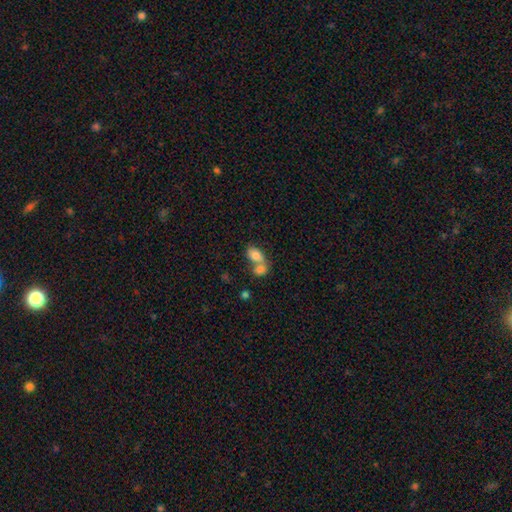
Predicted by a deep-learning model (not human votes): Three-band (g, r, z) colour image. It shows a smooth galaxy with no disk features (79%) that is in between round and cigar-shaped (83%). Merging: merger (67%).